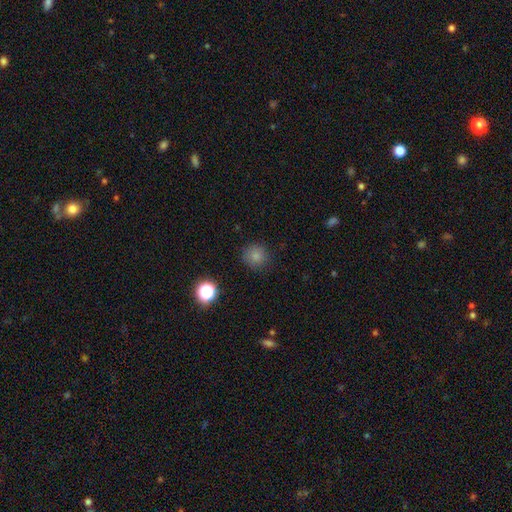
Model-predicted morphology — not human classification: smooth-or-featured: smooth: 80% | star or artifact: 15% | featured or disk: 5%
  how-rounded: round: 92% | in between: 7% | cigar-shaped: 1%
  merging: none: 86% | minor disturbance: 10% | major disturbance: 3% | merger: 1%